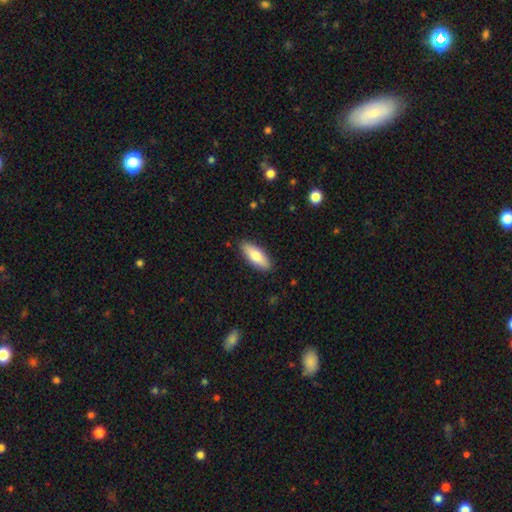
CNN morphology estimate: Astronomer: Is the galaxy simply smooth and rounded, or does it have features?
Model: smooth — 75%.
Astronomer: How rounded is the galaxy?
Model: in between — 68%.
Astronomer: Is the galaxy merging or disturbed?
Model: none — 88%.